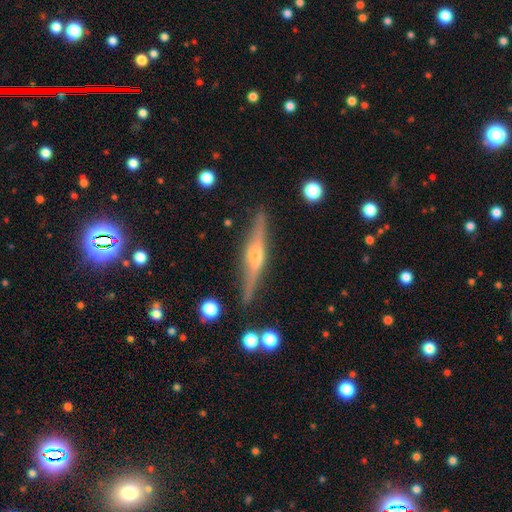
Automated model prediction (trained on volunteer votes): Smooth or featured? featured or disk (79%)
Edge-on disk? yes (97%)
Edge-on bulge? rounded (88%)
Merging? none (89%)